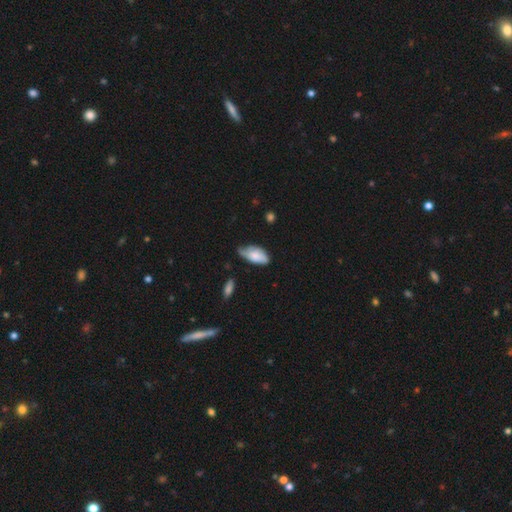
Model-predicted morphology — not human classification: smooth 69%, featured or disk 25%, star or artifact 7%. Down the decision tree: how rounded — in between (92%); merging — minor disturbance (45%).